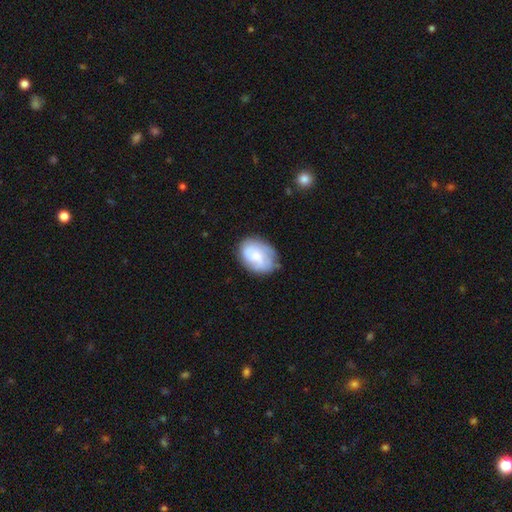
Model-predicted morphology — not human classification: Q: Smooth or featured?
A: smooth (47%); runner-up: featured or disk (46%)
Q: Merging?
A: none (68%); runner-up: minor disturbance (22%)